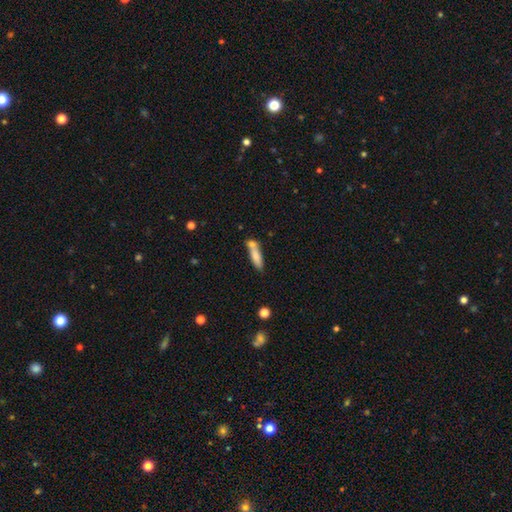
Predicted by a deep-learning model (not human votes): Smooth or featured? smooth (75%)
How rounded? cigar-shaped (67%)
Merging? none (45%)